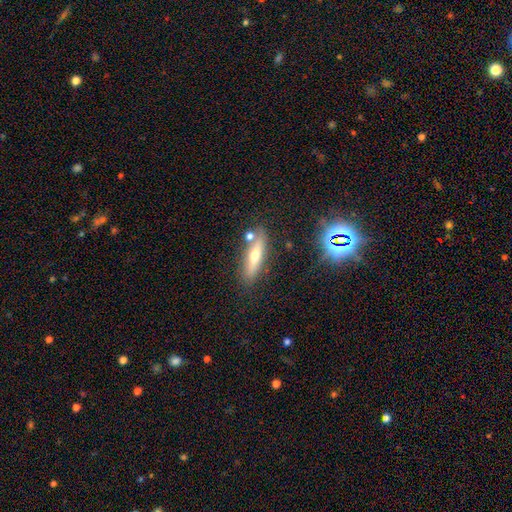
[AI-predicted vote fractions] Q: Smooth or featured?
A: featured or disk (47%); runner-up: smooth (39%)
Q: Merging?
A: none (80%); runner-up: minor disturbance (11%)